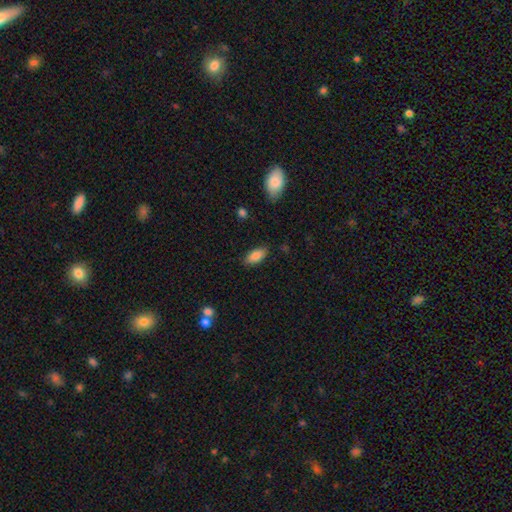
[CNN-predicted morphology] Overall: smooth (84%). How rounded: in between (90%). Merging: none (85%).